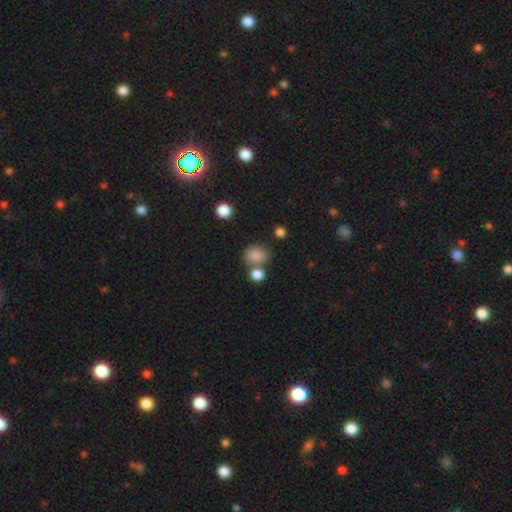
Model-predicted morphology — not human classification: smooth-or-featured: smooth: 83% | star or artifact: 11% | featured or disk: 6%
  how-rounded: round: 54% | in between: 45% | cigar-shaped: 1%
  merging: none: 55% | merger: 26% | minor disturbance: 14% | major disturbance: 5%